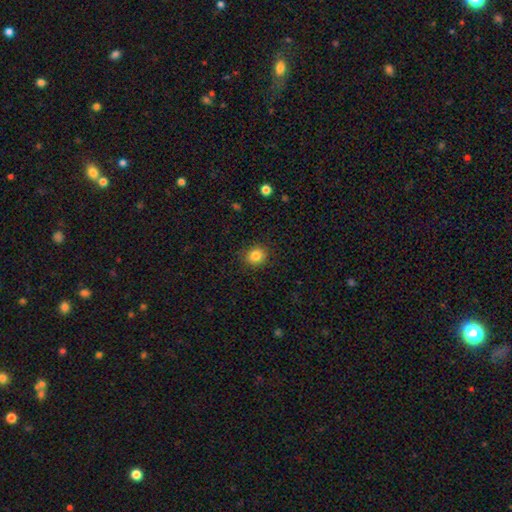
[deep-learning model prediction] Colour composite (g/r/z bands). It shows a smooth galaxy with no disk features (84%) that is round (77%). Merging: none (86%).